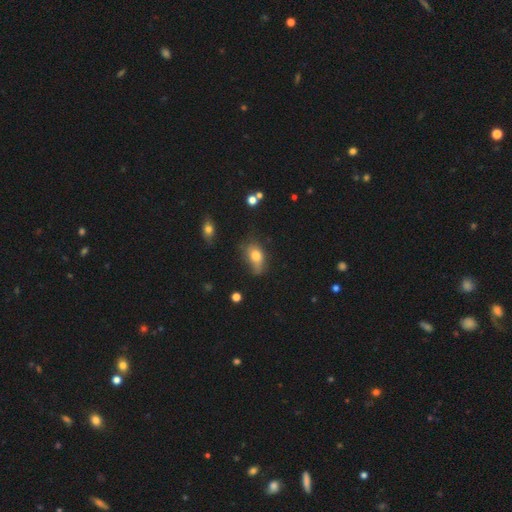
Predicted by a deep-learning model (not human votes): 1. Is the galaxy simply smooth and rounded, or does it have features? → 74% smooth, 15% featured or disk, 10% star or artifact.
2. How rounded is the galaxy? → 82% in between, 15% round, 3% cigar-shaped.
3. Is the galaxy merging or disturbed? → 42% none, 36% minor disturbance, 18% major disturbance, 4% merger.